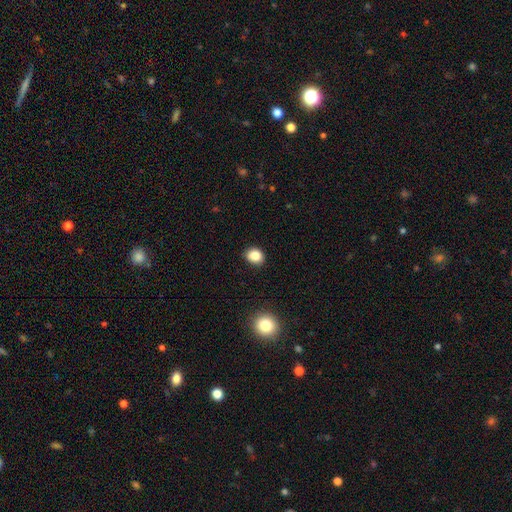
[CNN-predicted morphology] Smooth or featured?
  - smooth: 86% *
  - star or artifact: 10%
  - featured or disk: 4%
How rounded?
  - round: 57% *
  - in between: 42%
  - cigar-shaped: 1%
Merging?
  - none: 87% *
  - minor disturbance: 10%
  - major disturbance: 2%
  - merger: 1%